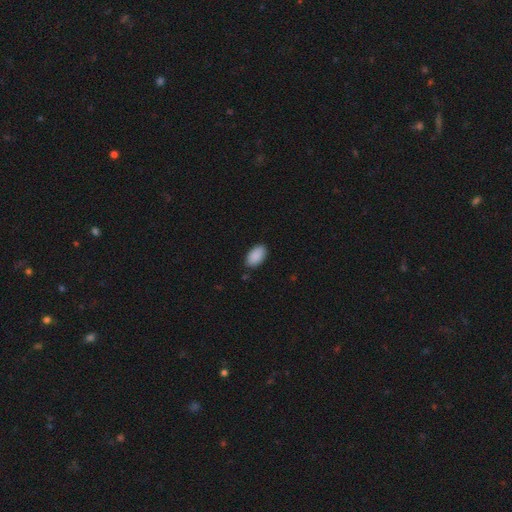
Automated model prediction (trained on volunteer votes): Q: Smooth or featured?
A: smooth (90%); runner-up: star or artifact (7%)
Q: How rounded?
A: in between (94%); runner-up: round (4%)
Q: Merging?
A: none (85%); runner-up: minor disturbance (11%)